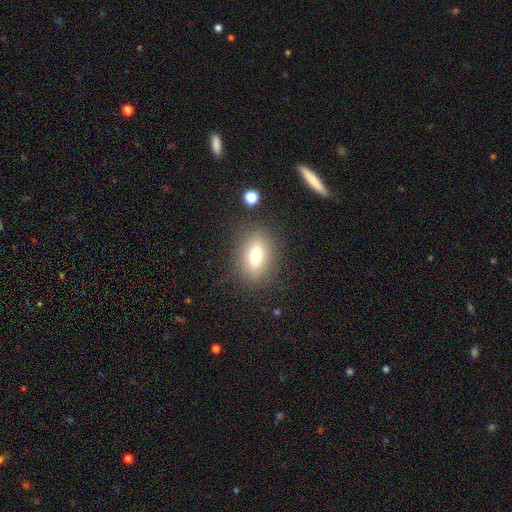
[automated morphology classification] type=smooth (67%); roundness=in between (72%); merging=none (84%).